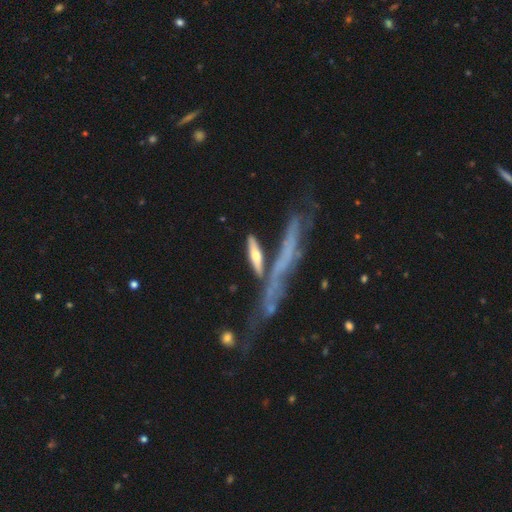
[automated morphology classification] This appears to be a featured or disk galaxy (48%). Merging: none (54%).